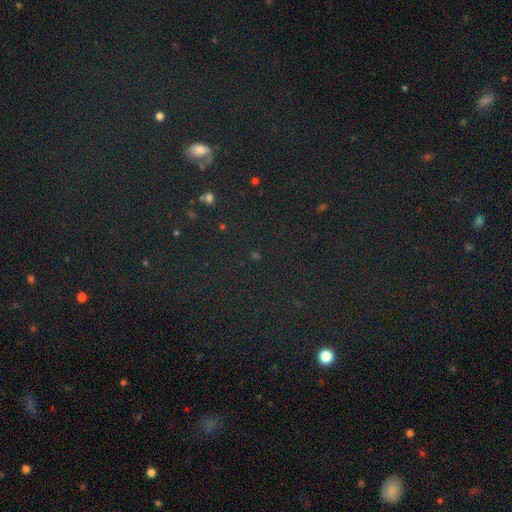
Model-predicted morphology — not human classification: Q: Smooth or featured?
A: star or artifact (71%); runner-up: smooth (19%)